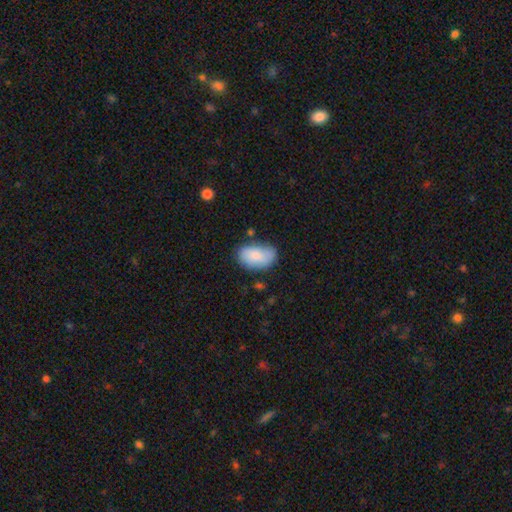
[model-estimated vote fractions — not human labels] Morphology: type=smooth (83%); roundness=in between (93%); merging=none (68%).